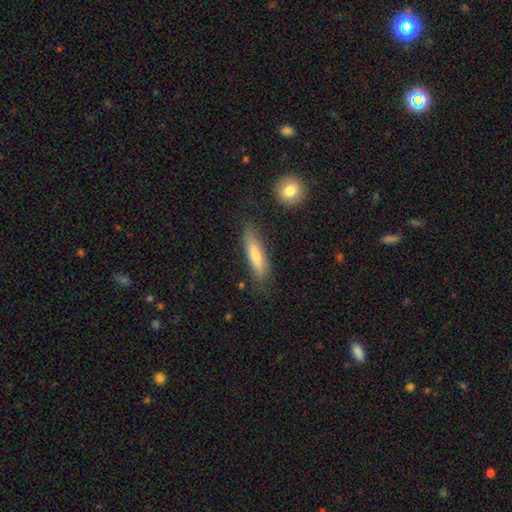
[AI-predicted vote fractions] This appears to be a smooth galaxy with no disk features (70%) that is cigar-shaped (66%). Merging: none (73%).